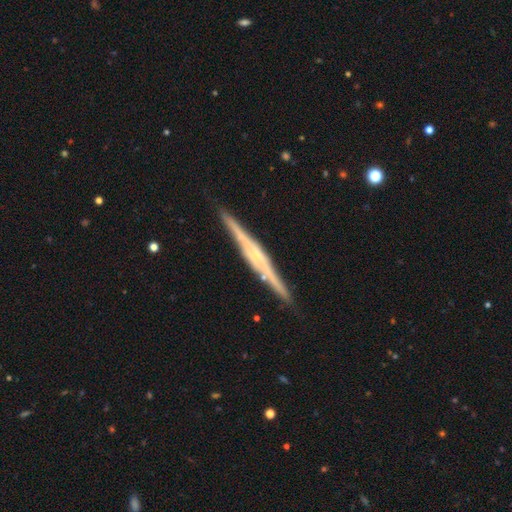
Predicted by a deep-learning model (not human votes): featured or disk 84%, smooth 11%, star or artifact 5%. Down the decision tree: edge-on disk — yes (98%); edge-on bulge — rounded (43%); merging — none (90%).